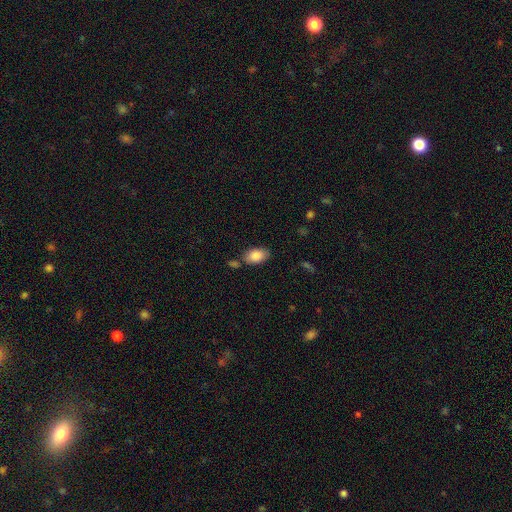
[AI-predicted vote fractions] Smooth or featured? Predicted: smooth (p=0.87). How rounded? Predicted: in between (p=0.93). Merging? Predicted: none (p=0.71).